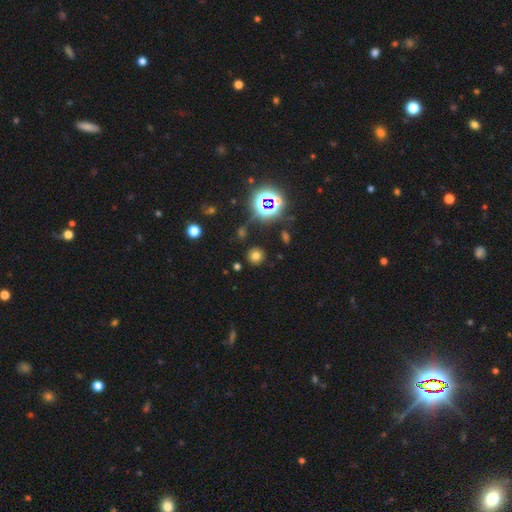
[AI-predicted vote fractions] smooth 66%, star or artifact 25%, featured or disk 8%. Down the decision tree: how rounded — round (91%); merging — none (87%).